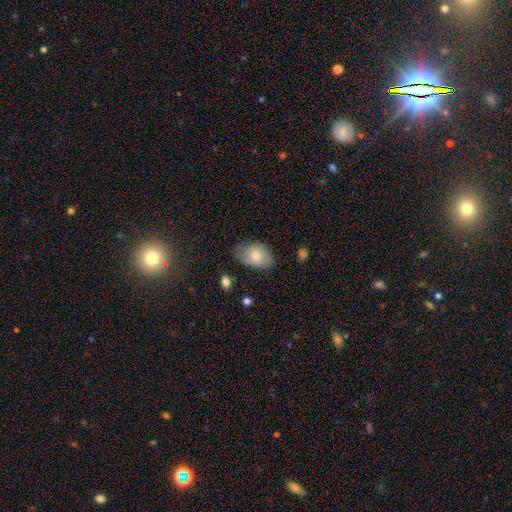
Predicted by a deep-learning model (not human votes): A smooth galaxy with no disk features (66%) that is in between round and cigar-shaped (83%).

Vote fractions:
- Smooth or featured? smooth: 66% / featured or disk: 25% / star or artifact: 9%
- How rounded? in between: 83% / round: 16% / cigar-shaped: 1%
- Merging? none: 62% / minor disturbance: 29% / major disturbance: 7% / merger: 2%